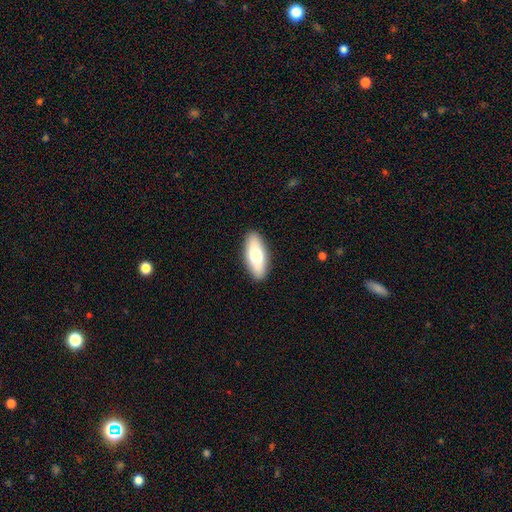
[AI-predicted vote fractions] Smooth or featured? Predicted: smooth (p=0.71). How rounded? Predicted: in between (p=0.77). Merging? Predicted: none (p=0.90).